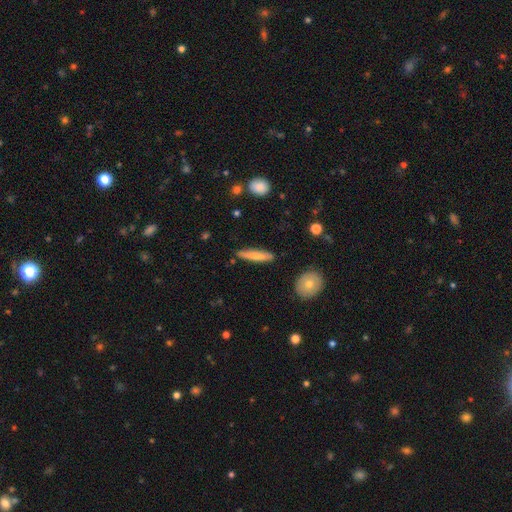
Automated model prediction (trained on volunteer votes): Smooth or featured?
  - smooth: 68% *
  - featured or disk: 27%
  - star or artifact: 6%
How rounded?
  - cigar-shaped: 87% *
  - in between: 11%
  - round: 2%
Merging?
  - none: 87% *
  - minor disturbance: 9%
  - merger: 2%
  - major disturbance: 2%